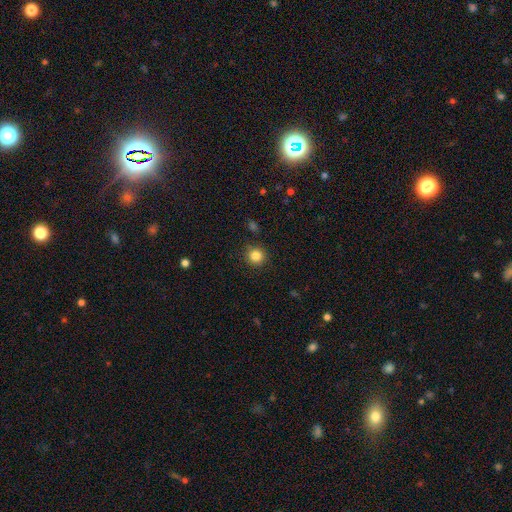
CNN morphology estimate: Smooth or featured? smooth (84%)
How rounded? round (93%)
Merging? none (90%)